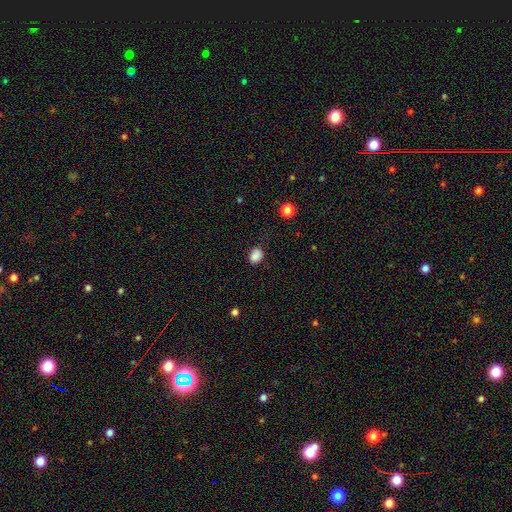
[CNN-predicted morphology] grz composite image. It shows a smooth galaxy with no disk features (86%) that is in between round and cigar-shaped (58%). Merging: none (69%).